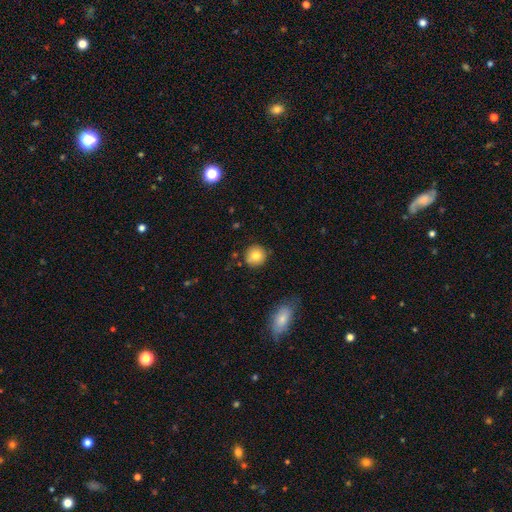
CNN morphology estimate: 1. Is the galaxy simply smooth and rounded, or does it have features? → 80% smooth, 10% featured or disk, 9% star or artifact.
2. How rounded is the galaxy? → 92% round, 7% in between, 1% cigar-shaped.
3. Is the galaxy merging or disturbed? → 84% none, 11% minor disturbance, 3% merger, 2% major disturbance.